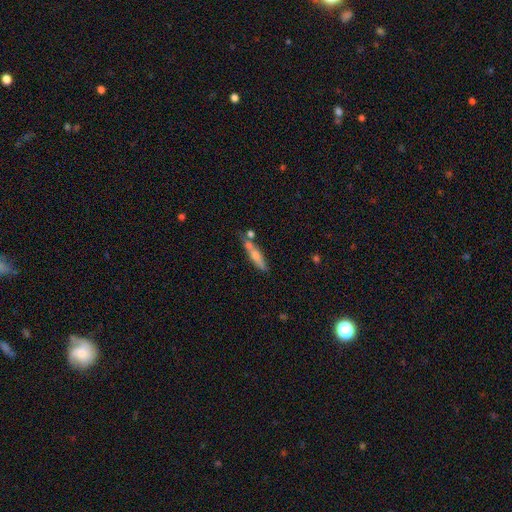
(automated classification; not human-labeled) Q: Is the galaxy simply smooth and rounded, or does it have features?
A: smooth — 50%.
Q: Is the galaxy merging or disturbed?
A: none — 60%.